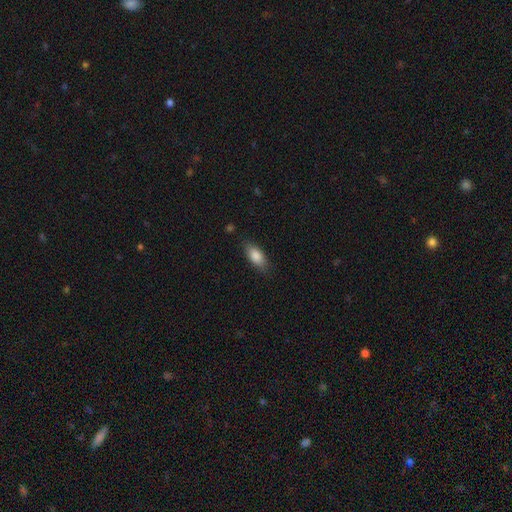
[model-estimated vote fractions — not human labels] smooth-or-featured: smooth: 83% | featured or disk: 10% | star or artifact: 7%
  how-rounded: in between: 83% | cigar-shaped: 14% | round: 3%
  merging: none: 80% | minor disturbance: 15% | major disturbance: 3% | merger: 1%